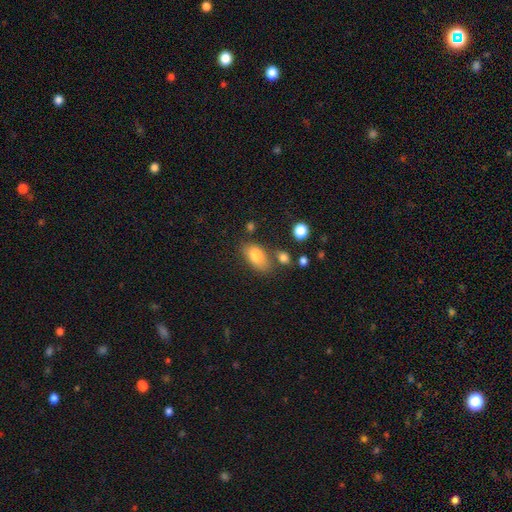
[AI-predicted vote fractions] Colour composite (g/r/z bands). It shows a smooth galaxy with no disk features (79%) that is in between round and cigar-shaped (89%). Merging: none (66%).